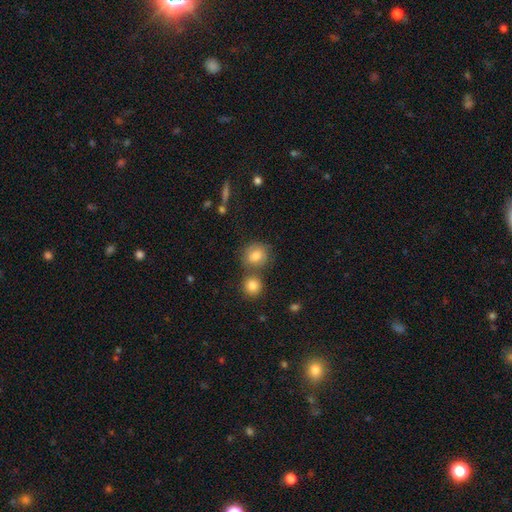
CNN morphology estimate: This is likely a smooth galaxy (79%). How rounded: likely round (79%). Merging: possibly none (58%).